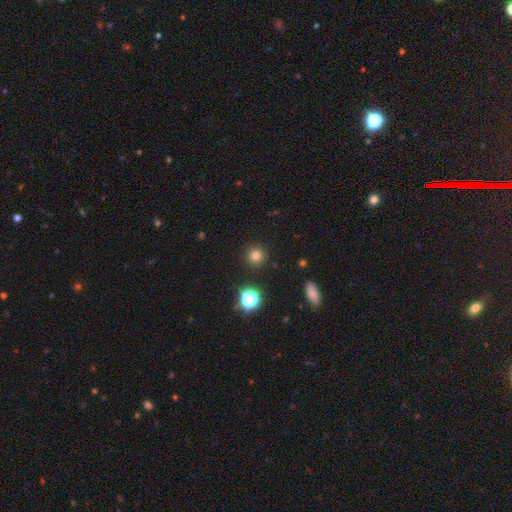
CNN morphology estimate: smooth-or-featured: smooth: 76% | star or artifact: 17% | featured or disk: 6%
  how-rounded: round: 95% | in between: 4% | cigar-shaped: 1%
  merging: none: 91% | minor disturbance: 5% | major disturbance: 2% | merger: 2%